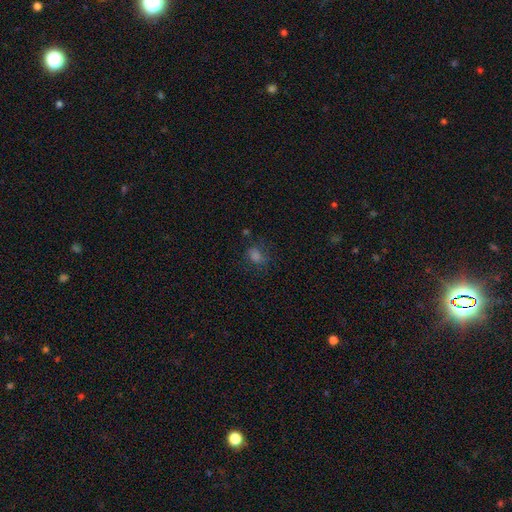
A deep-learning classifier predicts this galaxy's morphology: Q: Smooth or featured?
A: smooth (62%); runner-up: star or artifact (28%)
Q: How rounded?
A: round (50%); runner-up: in between (48%)
Q: Merging?
A: none (70%); runner-up: minor disturbance (17%)